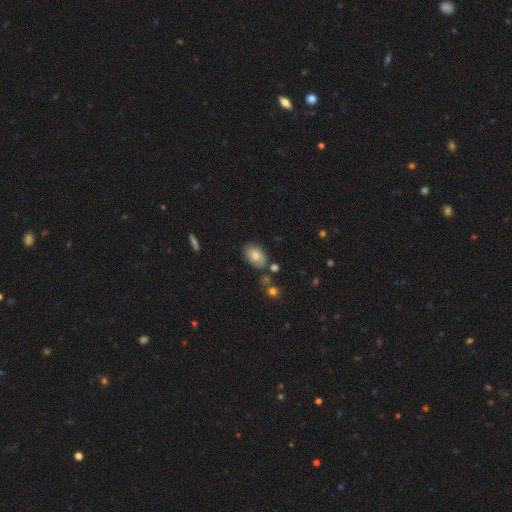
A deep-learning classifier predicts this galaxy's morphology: smooth_or_featured: smooth (p=0.82) [alt: featured or disk p=0.10]
how_rounded: in between (p=0.89) [alt: round p=0.10]
merging: none (p=0.74) [alt: minor disturbance p=0.16]